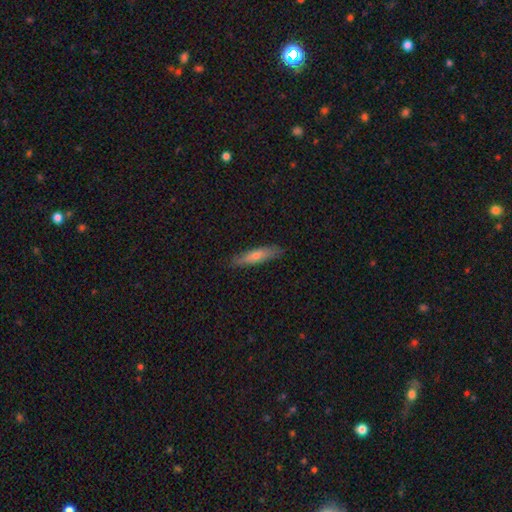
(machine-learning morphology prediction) Q: Smooth or featured?
A: smooth (64%); runner-up: featured or disk (30%)
Q: How rounded?
A: cigar-shaped (85%); runner-up: in between (14%)
Q: Merging?
A: none (87%); runner-up: minor disturbance (10%)